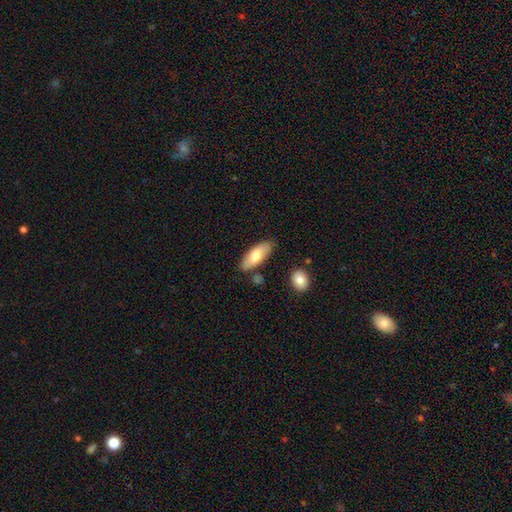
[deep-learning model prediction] This is likely a smooth galaxy (74%). How rounded: likely in between (76%). Merging: likely none (79%).